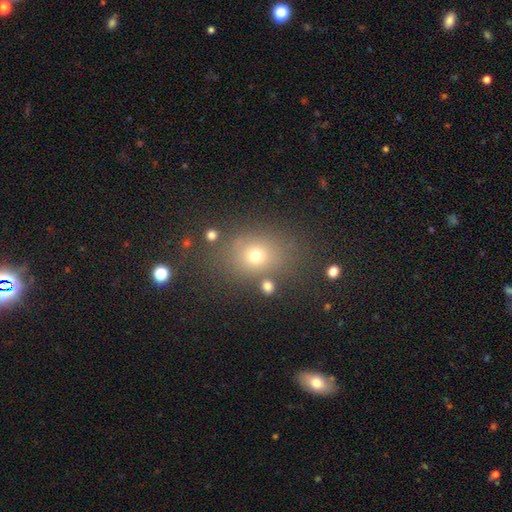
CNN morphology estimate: smooth 68%, star or artifact 20%, featured or disk 13%. Down the decision tree: how rounded — in between (51%); merging — none (75%).